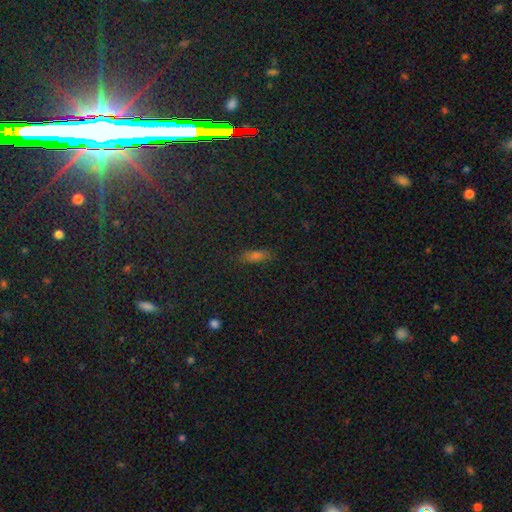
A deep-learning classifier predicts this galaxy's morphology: This appears to be a smooth galaxy with no disk features (63%) that is in between round and cigar-shaped (55%). Merging: none (84%).